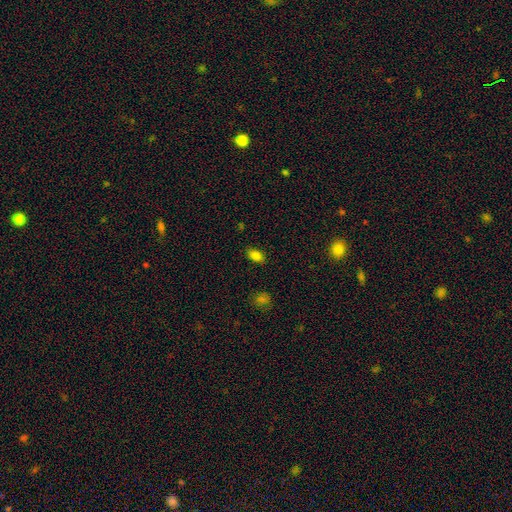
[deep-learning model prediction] Smooth or featured? smooth (83%)
How rounded? in between (88%)
Merging? none (87%)